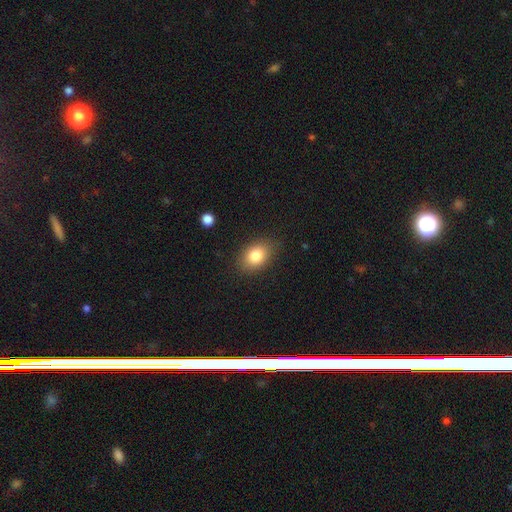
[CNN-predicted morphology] type=smooth (81%); roundness=in between (78%); merging=none (84%).